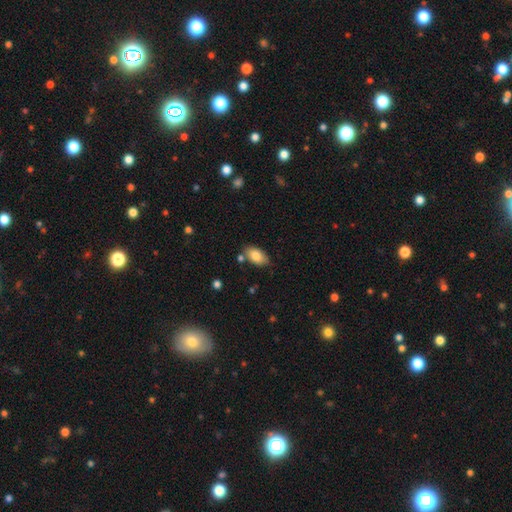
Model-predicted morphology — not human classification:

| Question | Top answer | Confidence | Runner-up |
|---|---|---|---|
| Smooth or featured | smooth | 82% | featured or disk (11%) |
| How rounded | in between | 93% | round (6%) |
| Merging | none | 76% | minor disturbance (15%) |